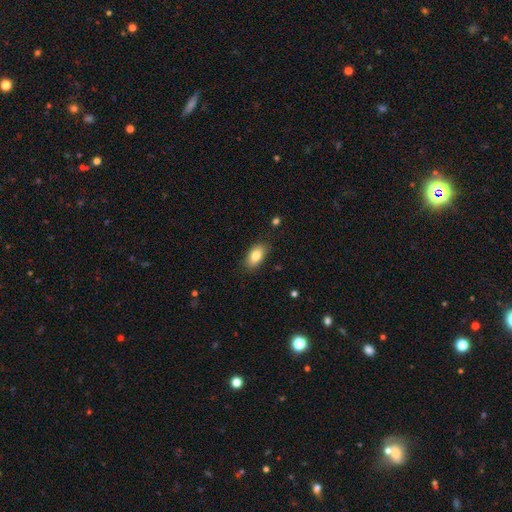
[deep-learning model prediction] Smooth or featured? Predicted: smooth (p=0.82). How rounded? Predicted: in between (p=0.91). Merging? Predicted: none (p=0.84).